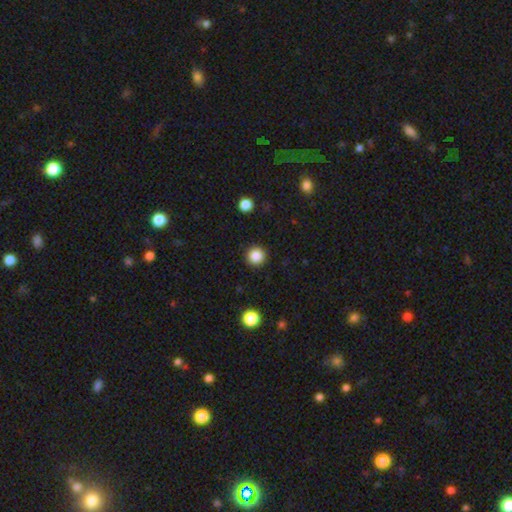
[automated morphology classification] type=smooth (86%); roundness=round (96%); merging=none (93%).